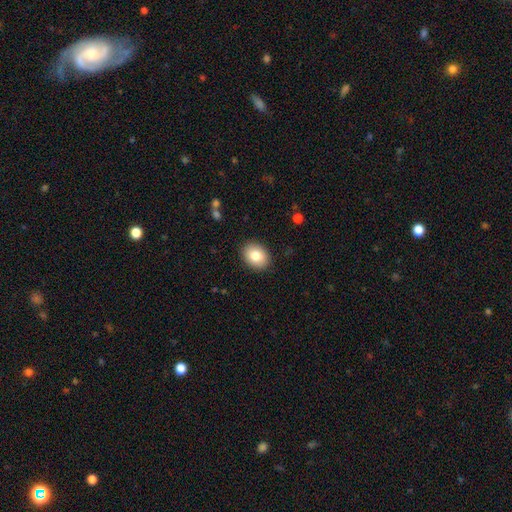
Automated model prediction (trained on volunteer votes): smooth_or_featured: smooth (p=0.82) [alt: featured or disk p=0.10]
how_rounded: in between (p=0.60) [alt: round p=0.39]
merging: none (p=0.89) [alt: minor disturbance p=0.08]